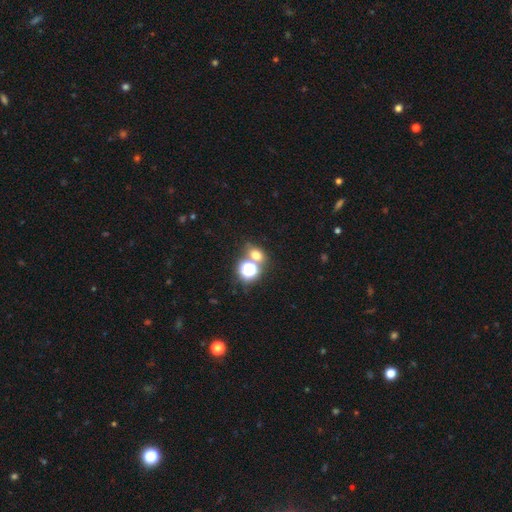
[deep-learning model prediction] This appears to be a smooth galaxy with no disk features (62%) that is round (55%). Merging: none (59%).